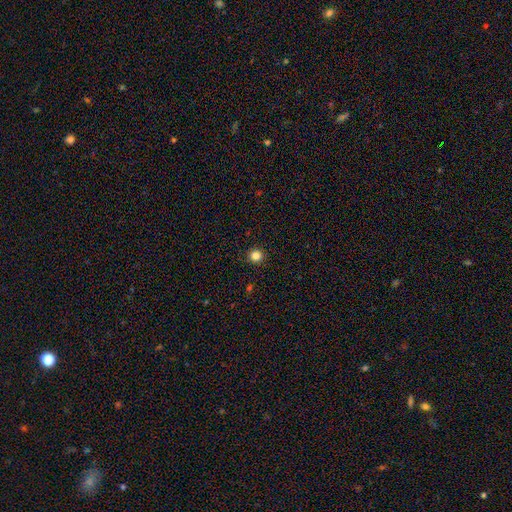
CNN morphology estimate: A smooth galaxy with no disk features (84%) that is round (95%). Merging: none (93%).